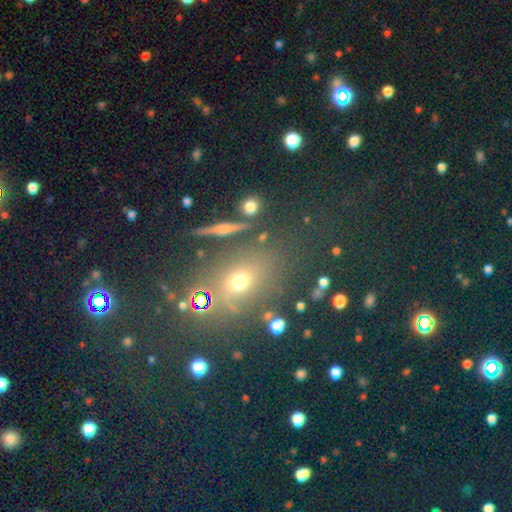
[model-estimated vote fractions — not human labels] Q: Smooth or featured?
A: smooth (46%); runner-up: star or artifact (39%)
Q: Merging?
A: none (74%); runner-up: minor disturbance (12%)